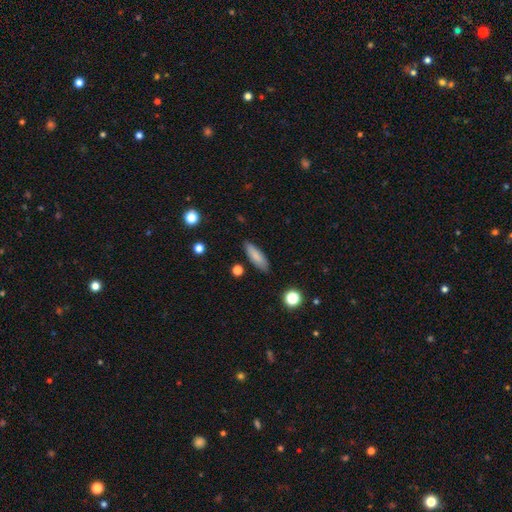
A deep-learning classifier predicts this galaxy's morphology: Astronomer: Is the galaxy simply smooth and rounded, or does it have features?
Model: smooth — 83%.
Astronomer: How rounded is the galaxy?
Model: in between — 50% (runner-up: cigar-shaped, 47%).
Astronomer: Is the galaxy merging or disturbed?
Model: none — 85%.